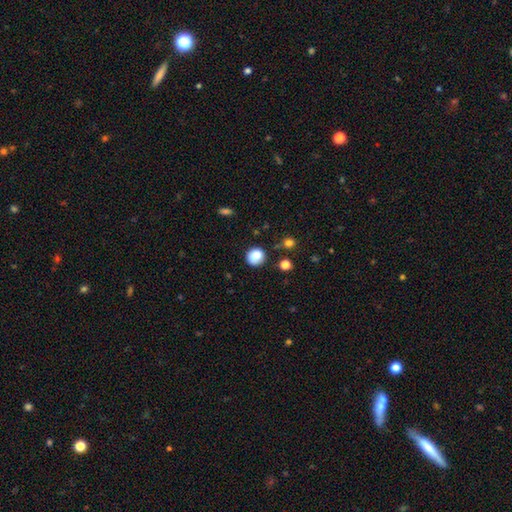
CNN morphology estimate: smooth_or_featured: smooth (p=0.85) [alt: star or artifact p=0.10]
how_rounded: round (p=0.88) [alt: in between p=0.11]
merging: none (p=0.81) [alt: minor disturbance p=0.13]